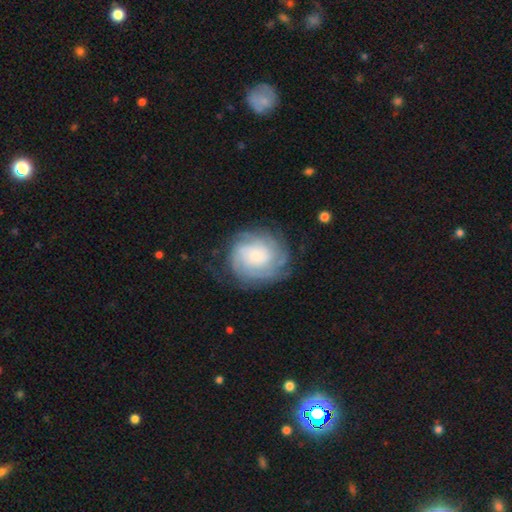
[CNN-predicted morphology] type=featured or disk (70%); edge-on=no (98%); bar=no (76%); spiral arms=yes (91%); winding=tight (67%); arm count=can't tell (44%); bulge=small (46%); merging=none (69%).